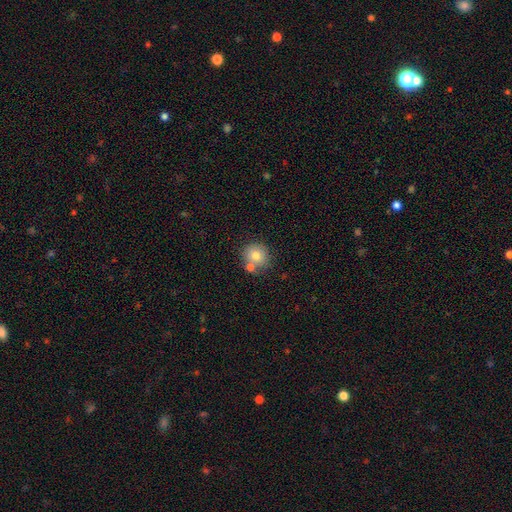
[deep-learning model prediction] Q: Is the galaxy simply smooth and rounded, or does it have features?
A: smooth — 76%.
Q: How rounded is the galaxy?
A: round — 86%.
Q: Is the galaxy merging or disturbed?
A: none — 62%.